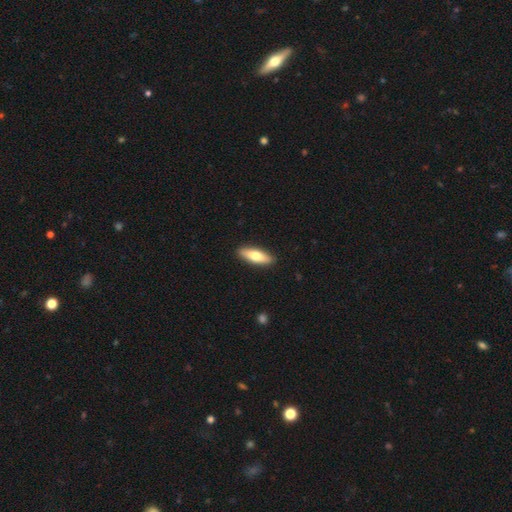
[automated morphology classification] Smooth or featured? smooth (69%)
How rounded? in between (53%)
Merging? none (90%)